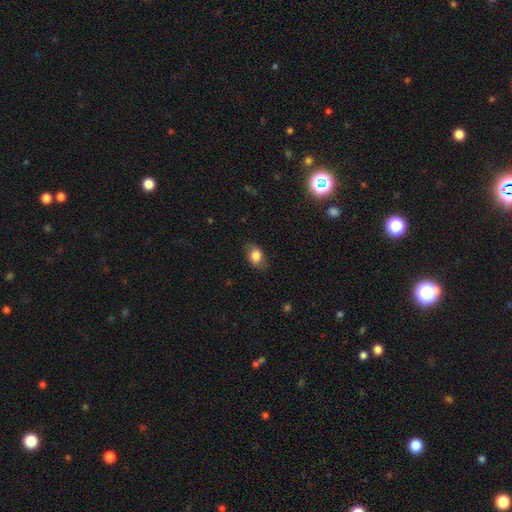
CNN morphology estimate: This appears to be a smooth galaxy with no disk features (80%) that is in between round and cigar-shaped (71%). Merging: none (75%).